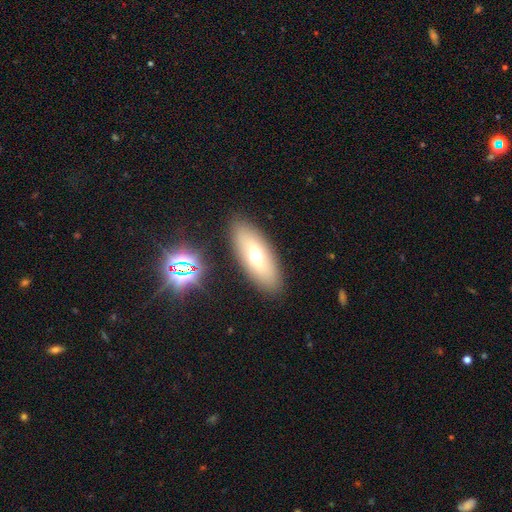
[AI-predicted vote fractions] Overall: smooth (57%; featured or disk 33%). How rounded: in between (77%). Merging: none (87%).